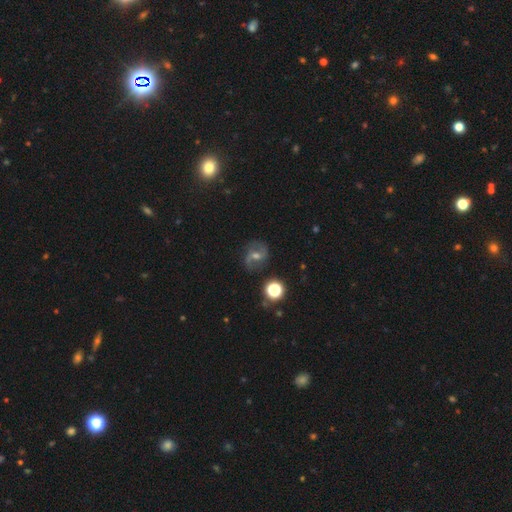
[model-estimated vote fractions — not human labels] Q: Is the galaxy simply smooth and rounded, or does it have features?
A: featured or disk — 75%.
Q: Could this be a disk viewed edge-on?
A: no — 97%.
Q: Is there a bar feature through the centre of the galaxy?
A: weak — 50%.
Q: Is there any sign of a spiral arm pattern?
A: yes — 93%.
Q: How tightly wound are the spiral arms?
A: medium — 45%.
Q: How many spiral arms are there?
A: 2 — 90%.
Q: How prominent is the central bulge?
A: moderate — 58%.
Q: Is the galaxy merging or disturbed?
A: none — 82%.